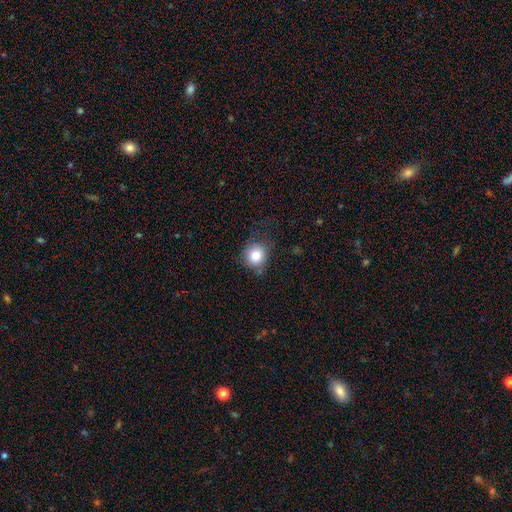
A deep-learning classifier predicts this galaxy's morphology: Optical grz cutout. It shows a smooth galaxy with no disk features (80%) that is round (87%). Merging: none (75%).